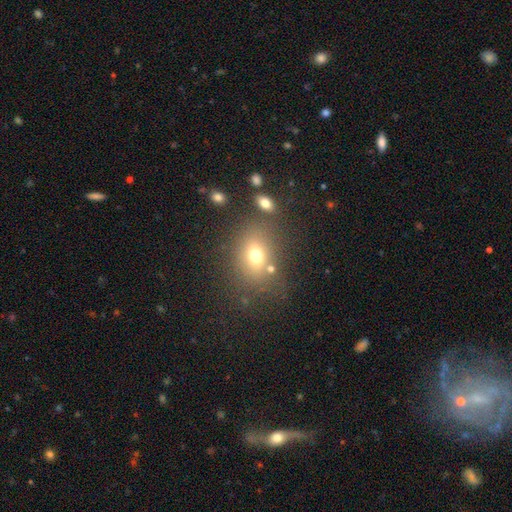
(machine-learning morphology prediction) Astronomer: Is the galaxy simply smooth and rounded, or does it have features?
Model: smooth — 69%.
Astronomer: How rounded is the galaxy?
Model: in between — 56% (runner-up: round, 43%).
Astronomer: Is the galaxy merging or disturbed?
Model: none — 70%.